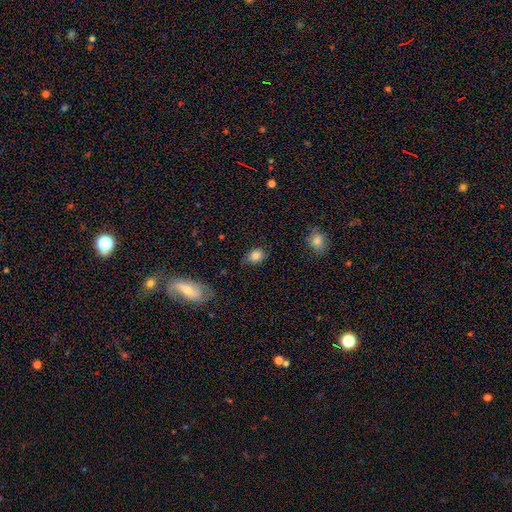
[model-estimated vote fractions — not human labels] A smooth galaxy with no disk features (82%) that is in between round and cigar-shaped (51%).

Vote fractions:
- Smooth or featured? smooth: 82% / star or artifact: 10% / featured or disk: 7%
- How rounded? in between: 51% / round: 48% / cigar-shaped: 2%
- Merging? none: 65% / minor disturbance: 27% / major disturbance: 7% / merger: 2%